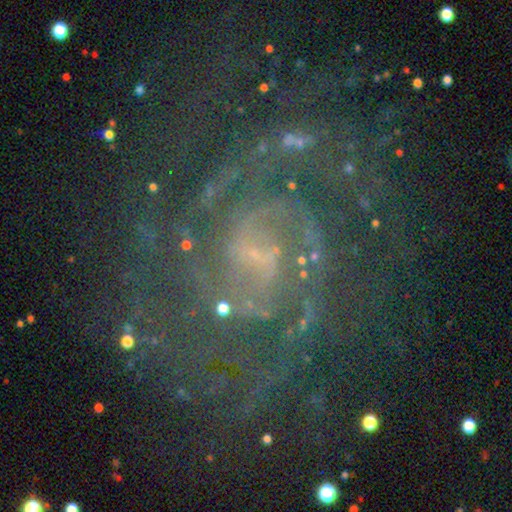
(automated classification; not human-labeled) A featured or disk galaxy (82%) with a weak bar (48%), 2 (28%) tight (54%) spiral arms (96%) and a small central bulge (64%).

Vote fractions:
- Smooth or featured? featured or disk: 82% / star or artifact: 12% / smooth: 6%
- Edge-on disk? no: 98% / yes: 2%
- Bar? weak: 48% / no: 32% / strong: 20%
- Spiral arms? yes: 96% / no: 4%
- Spiral winding? tight: 54% / medium: 36% / loose: 10%
- Spiral arm count? 2: 28% / can't tell: 27% / 3: 14% / 4: 11% / more than 4: 10% / 1: 9%
- Bulge size? small: 64% / none: 20% / moderate: 13% / large: 2% / dominant: 1%
- Merging? none: 69% / minor disturbance: 15% / major disturbance: 13% / merger: 3%